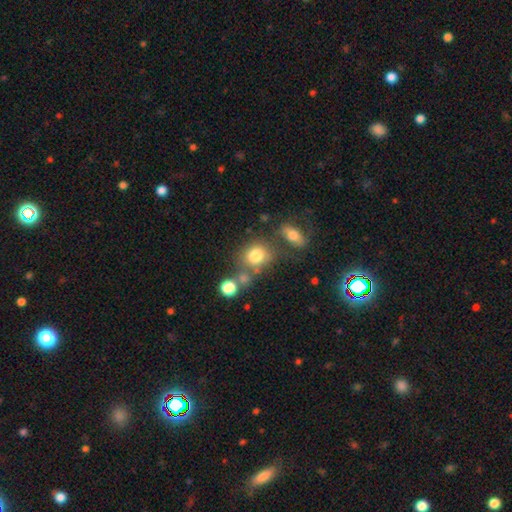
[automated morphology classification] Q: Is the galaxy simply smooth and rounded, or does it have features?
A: smooth — 78%.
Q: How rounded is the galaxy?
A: round — 72%.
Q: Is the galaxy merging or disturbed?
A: none — 57%.